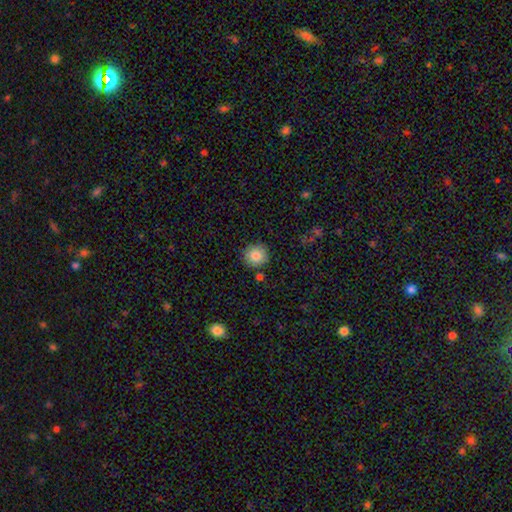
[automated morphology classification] A smooth galaxy with no disk features (84%) that is round (92%). Merging: none (86%).